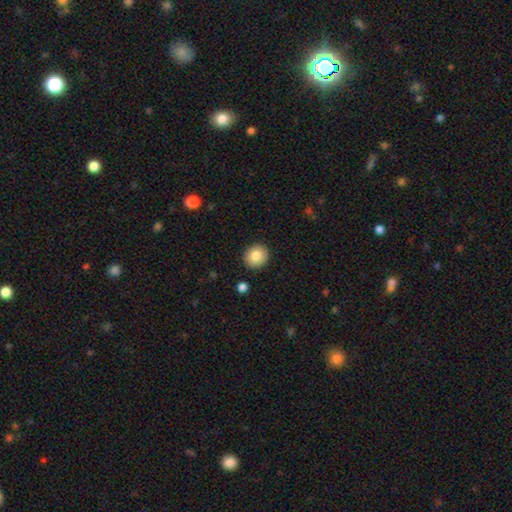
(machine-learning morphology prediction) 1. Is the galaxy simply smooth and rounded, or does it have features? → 83% smooth, 9% featured or disk, 8% star or artifact.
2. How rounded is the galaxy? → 86% round, 13% in between, 1% cigar-shaped.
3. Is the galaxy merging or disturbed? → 91% none, 6% minor disturbance, 2% major disturbance, 1% merger.